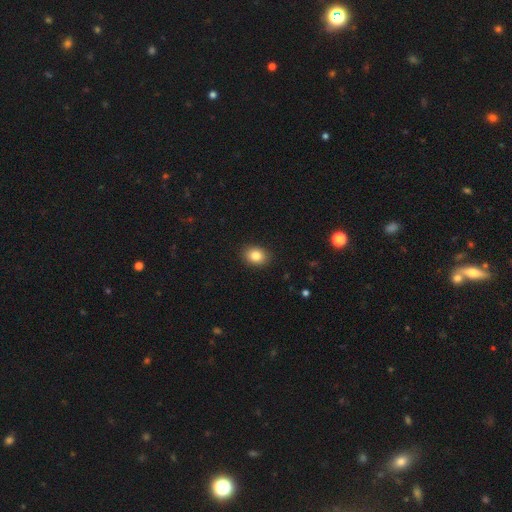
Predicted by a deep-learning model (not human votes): smooth_or_featured: smooth (p=0.83) [alt: star or artifact p=0.10]
how_rounded: in between (p=0.53) [alt: round p=0.46]
merging: none (p=0.90) [alt: minor disturbance p=0.07]